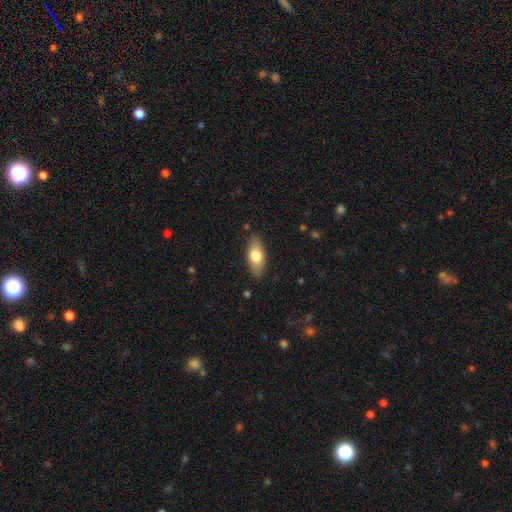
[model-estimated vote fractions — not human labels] smooth_or_featured: smooth (p=0.73) [alt: featured or disk p=0.21]
how_rounded: in between (p=0.83) [alt: cigar-shaped p=0.14]
merging: none (p=0.85) [alt: minor disturbance p=0.11]